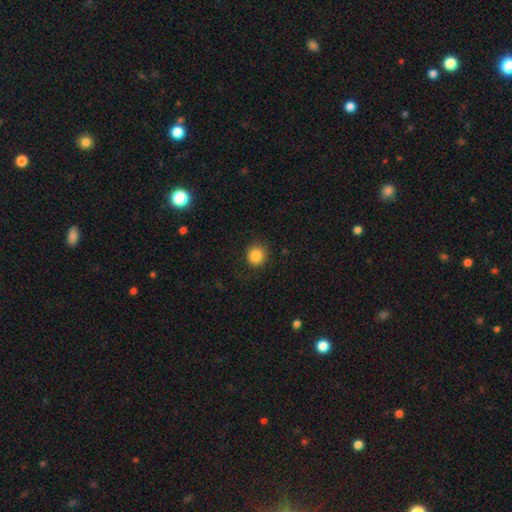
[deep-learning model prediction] Smooth or featured? Predicted: smooth (p=0.86). How rounded? Predicted: round (p=0.90). Merging? Predicted: none (p=0.88).